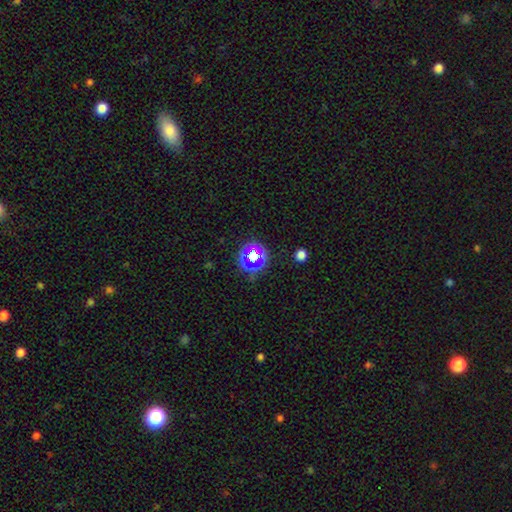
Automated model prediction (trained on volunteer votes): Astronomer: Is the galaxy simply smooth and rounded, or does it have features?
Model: star or artifact — 59%.